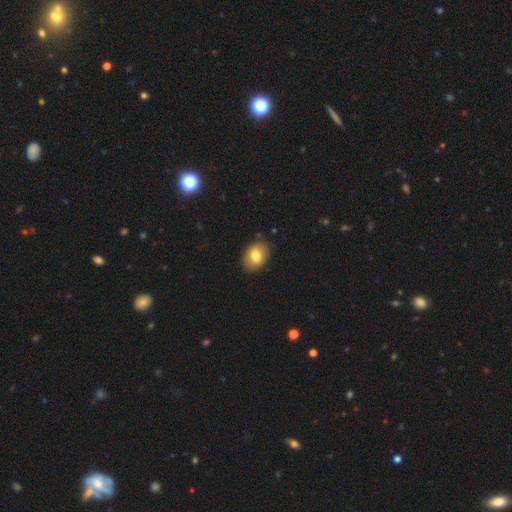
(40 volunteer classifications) Smooth or featured: smooth — 72% (featured or disk — 15%)
How rounded: in between — 66% (round — 34%)
Merging: none — 74% (minor disturbance — 20%)